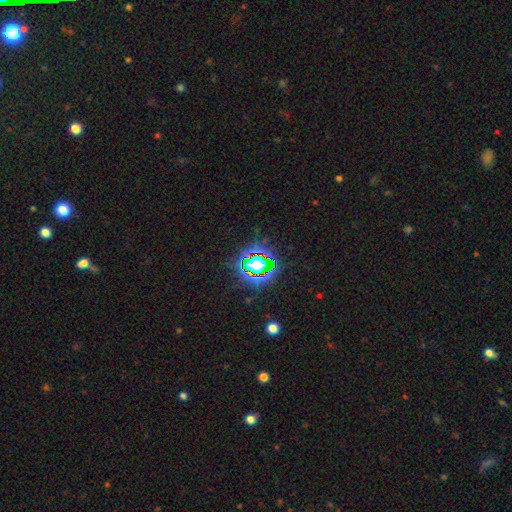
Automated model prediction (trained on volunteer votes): Morphology: type=star or artifact (76%).